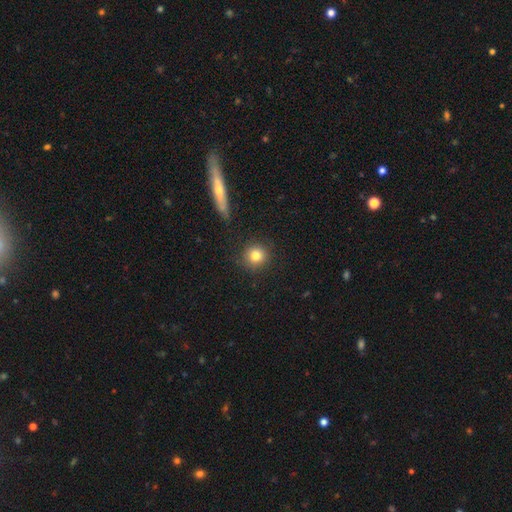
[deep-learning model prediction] Smooth or featured?
  - smooth: 82% *
  - star or artifact: 11%
  - featured or disk: 7%
How rounded?
  - round: 92% *
  - in between: 7%
  - cigar-shaped: 1%
Merging?
  - none: 88% *
  - minor disturbance: 7%
  - major disturbance: 2%
  - merger: 2%